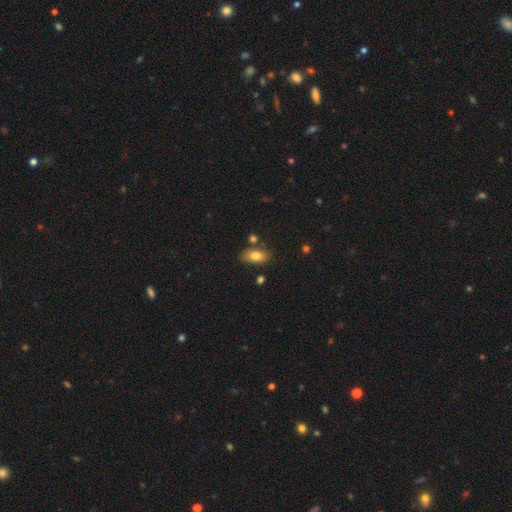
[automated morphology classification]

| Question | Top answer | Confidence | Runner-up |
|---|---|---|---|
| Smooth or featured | smooth | 80% | featured or disk (12%) |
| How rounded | in between | 90% | round (5%) |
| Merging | none | 76% | minor disturbance (13%) |